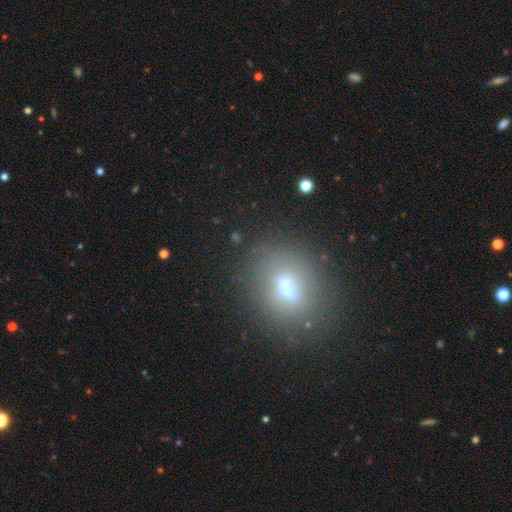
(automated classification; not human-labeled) smooth 65%, star or artifact 23%, featured or disk 11%. Down the decision tree: how rounded — in between (50%); merging — none (88%).